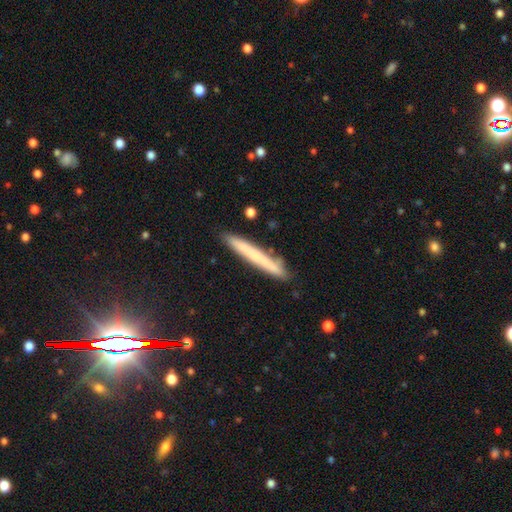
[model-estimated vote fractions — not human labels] Morphology: type=smooth (61%); roundness=cigar-shaped (97%); merging=none (87%).